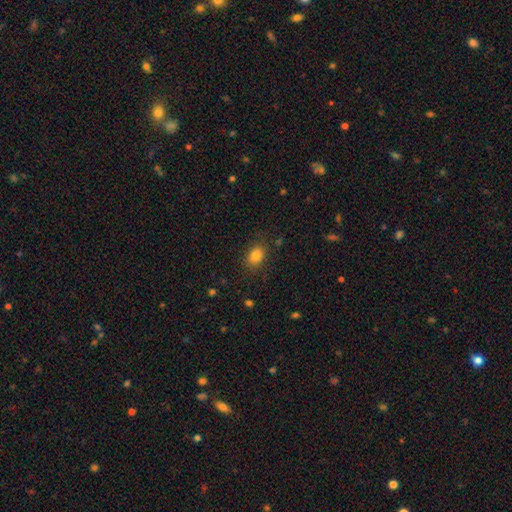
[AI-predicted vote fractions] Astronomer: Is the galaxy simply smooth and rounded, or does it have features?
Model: smooth — 83%.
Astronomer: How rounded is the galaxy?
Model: in between — 70%.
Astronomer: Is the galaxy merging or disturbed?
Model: none — 83%.